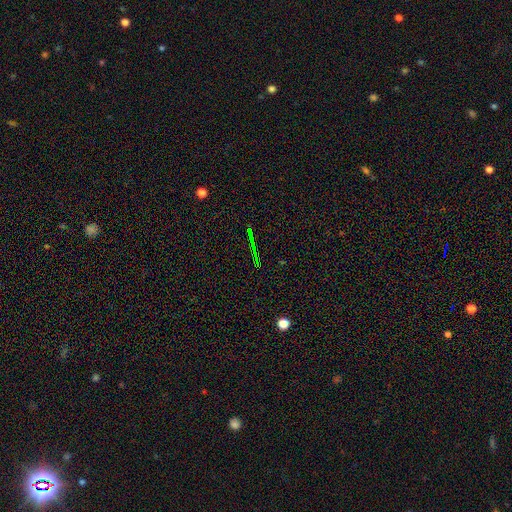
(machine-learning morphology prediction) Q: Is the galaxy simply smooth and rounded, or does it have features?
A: star or artifact — 72%.